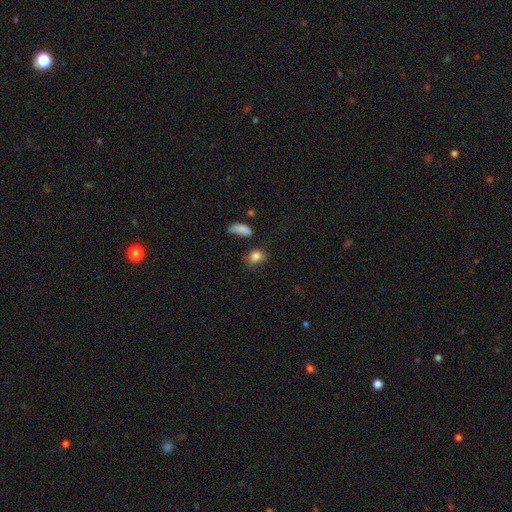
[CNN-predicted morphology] smooth 82%, star or artifact 10%, featured or disk 8%. Down the decision tree: how rounded — in between (61%); merging — none (52%).